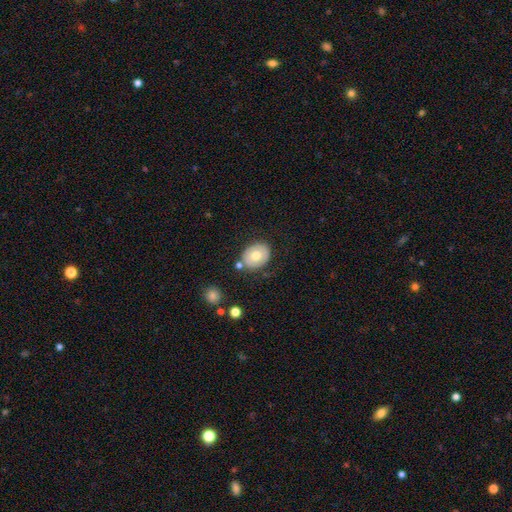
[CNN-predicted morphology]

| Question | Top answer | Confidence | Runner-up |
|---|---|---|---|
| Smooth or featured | smooth | 64% | featured or disk (29%) |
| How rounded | in between | 52% | round (48%) |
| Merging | none | 77% | minor disturbance (13%) |